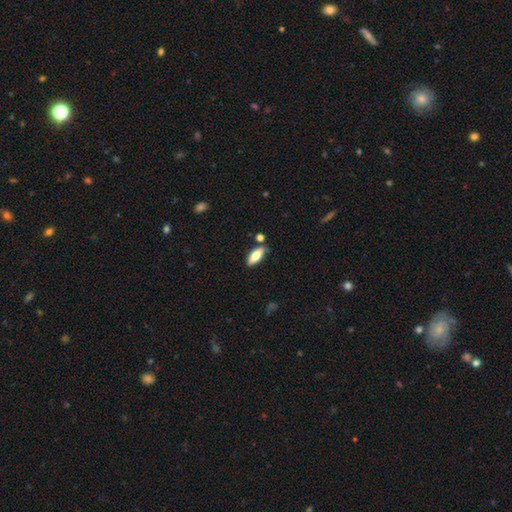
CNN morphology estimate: A smooth galaxy with no disk features (72%) that is in between round and cigar-shaped (77%). Merging: none (79%).